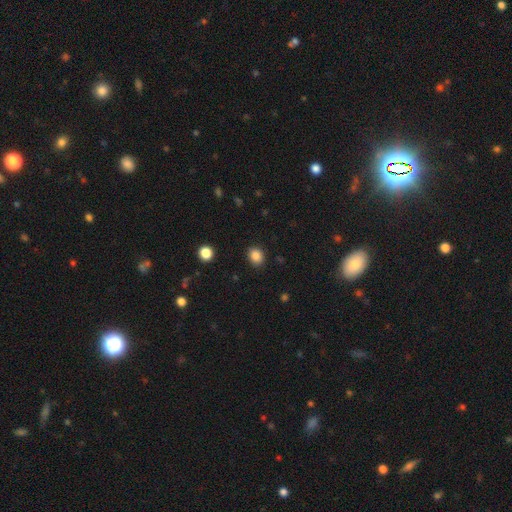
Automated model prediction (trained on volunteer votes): Smooth or featured?
  - smooth: 86% *
  - star or artifact: 10%
  - featured or disk: 4%
How rounded?
  - round: 54% *
  - in between: 45%
  - cigar-shaped: 1%
Merging?
  - none: 88% *
  - minor disturbance: 8%
  - major disturbance: 2%
  - merger: 1%